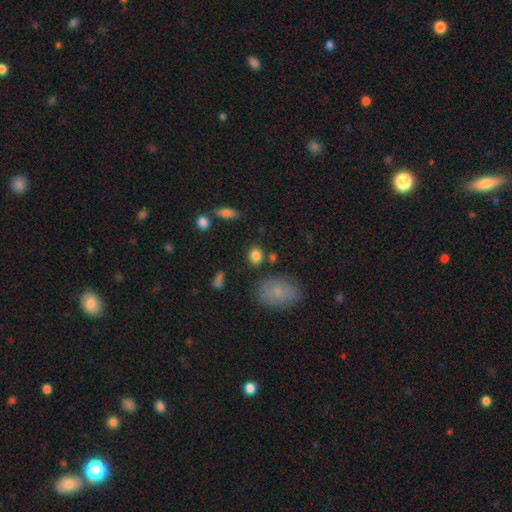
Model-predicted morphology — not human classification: This is clearly a smooth galaxy (85%). How rounded: likely round (64%). Merging: clearly none (80%).